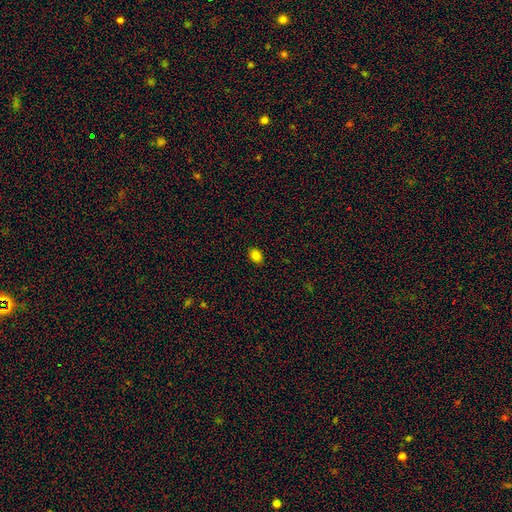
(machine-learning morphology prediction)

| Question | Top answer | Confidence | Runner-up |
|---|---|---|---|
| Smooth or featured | smooth | 83% | star or artifact (11%) |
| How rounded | in between | 68% | round (31%) |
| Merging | none | 89% | minor disturbance (8%) |